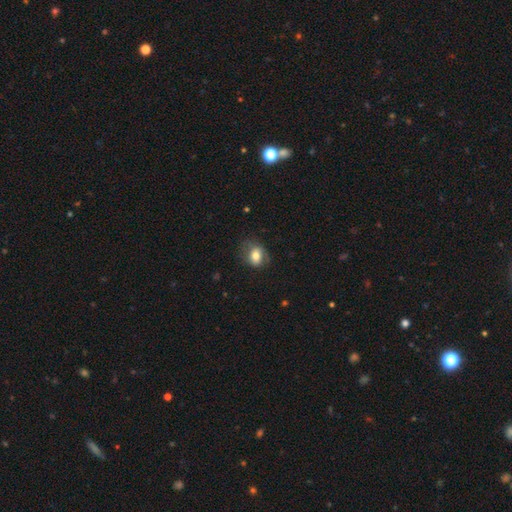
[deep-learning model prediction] The model was most divided on "how rounded": in between: 58%, round: 41%, cigar-shaped: 1%. More confident: smooth or featured — smooth (70%); merging — none (63%).